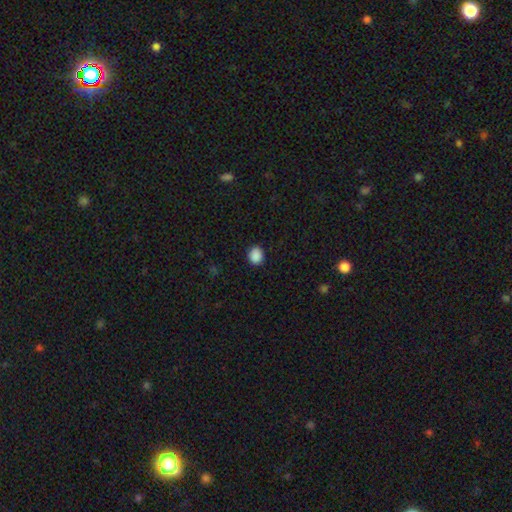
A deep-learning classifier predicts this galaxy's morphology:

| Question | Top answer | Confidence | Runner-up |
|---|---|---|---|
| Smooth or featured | smooth | 89% | star or artifact (9%) |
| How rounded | round | 65% | in between (34%) |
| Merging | none | 89% | minor disturbance (8%) |